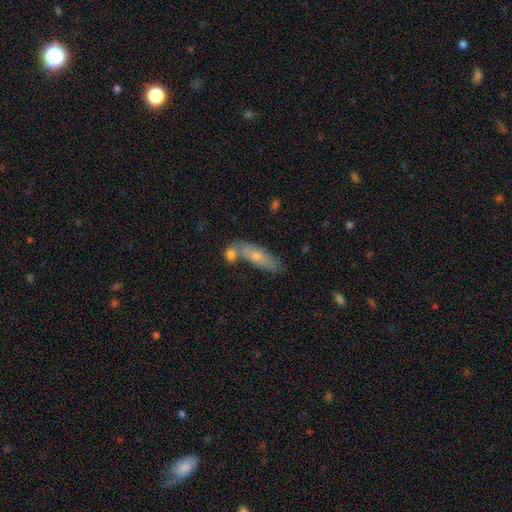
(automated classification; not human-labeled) Smooth or featured?
  - smooth: 66% *
  - featured or disk: 27%
  - star or artifact: 7%
How rounded?
  - cigar-shaped: 54% *
  - in between: 44%
  - round: 3%
Merging?
  - none: 51% *
  - merger: 29%
  - minor disturbance: 15%
  - major disturbance: 5%